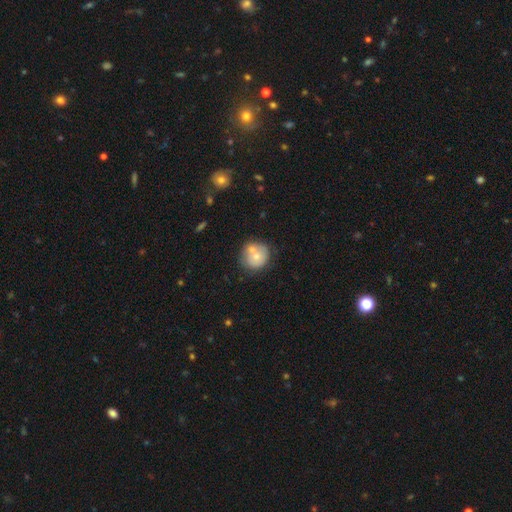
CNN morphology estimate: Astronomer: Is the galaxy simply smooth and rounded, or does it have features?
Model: smooth — 67%.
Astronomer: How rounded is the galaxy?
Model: round — 87%.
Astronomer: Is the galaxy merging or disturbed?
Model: none — 47% (runner-up: merger, 35%).